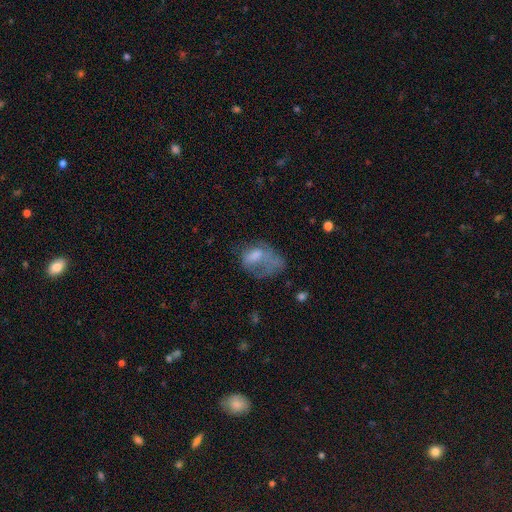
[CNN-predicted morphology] Smooth or featured? smooth (48%)
Merging? major disturbance (46%)